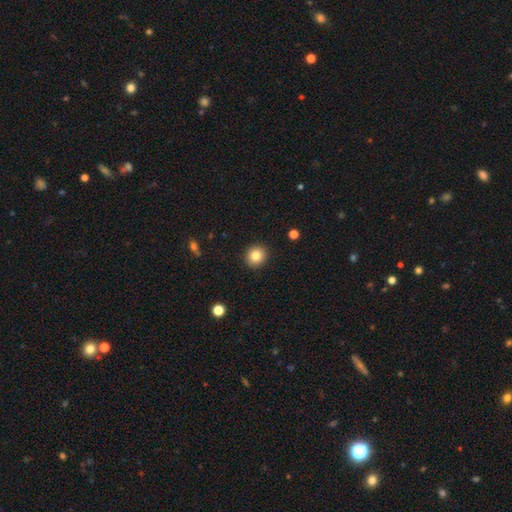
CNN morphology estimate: Overall: smooth (82%). How rounded: round (88%). Merging: none (92%).